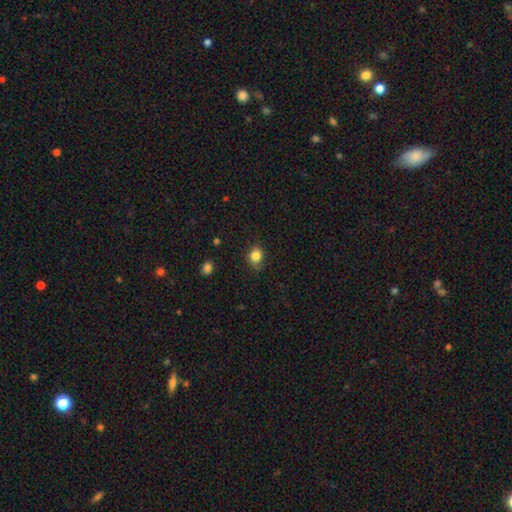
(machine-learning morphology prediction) smooth-or-featured: smooth: 84% | star or artifact: 11% | featured or disk: 5%
  how-rounded: round: 63% | in between: 36% | cigar-shaped: 1%
  merging: none: 81% | minor disturbance: 15% | major disturbance: 3% | merger: 1%